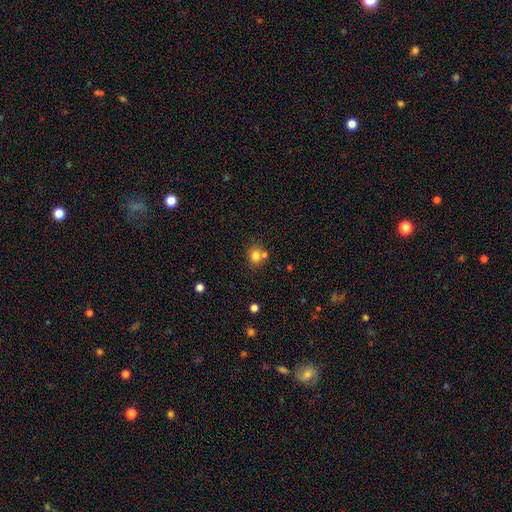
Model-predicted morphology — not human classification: Smooth or featured?
  - smooth: 79% *
  - star or artifact: 12%
  - featured or disk: 9%
How rounded?
  - round: 80% *
  - in between: 19%
  - cigar-shaped: 1%
Merging?
  - none: 60% *
  - merger: 27%
  - minor disturbance: 10%
  - major disturbance: 3%